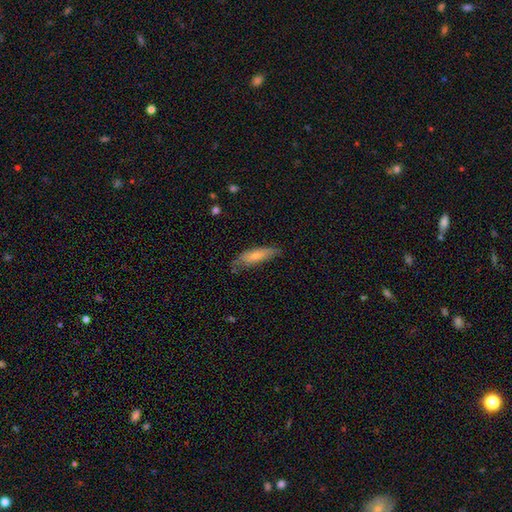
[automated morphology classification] The model was most divided on "how rounded": cigar-shaped: 57%, in between: 42%, round: 2%. More confident: smooth or featured — smooth (71%); merging — none (61%).